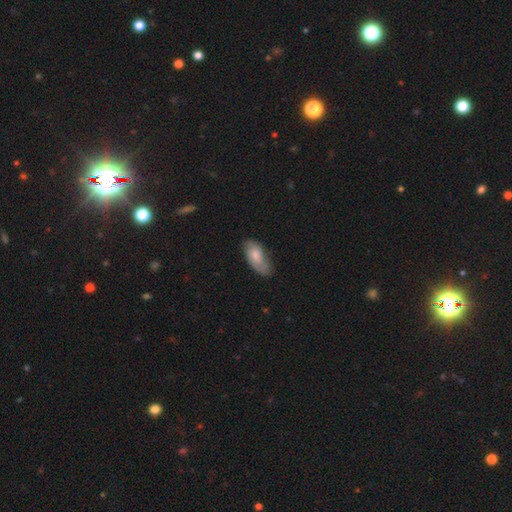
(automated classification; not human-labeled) The model was most divided on "merging": none: 53%, minor disturbance: 34%, major disturbance: 10%, merger: 3%. More confident: how rounded — in between (89%); smooth or featured — smooth (64%).